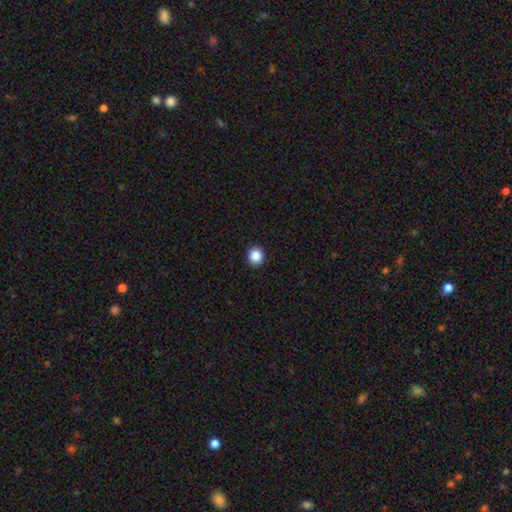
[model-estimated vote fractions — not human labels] A smooth galaxy with no disk features (87%) that is round (87%). Merging: none (92%).